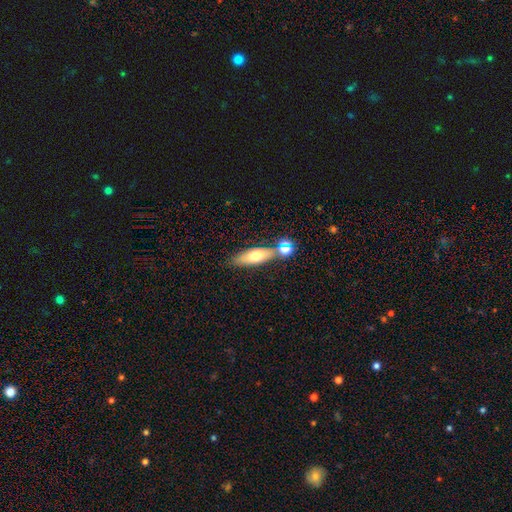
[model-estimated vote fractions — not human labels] This is likely a smooth galaxy (66%). How rounded: possibly in between (58%). Merging: likely none (68%).